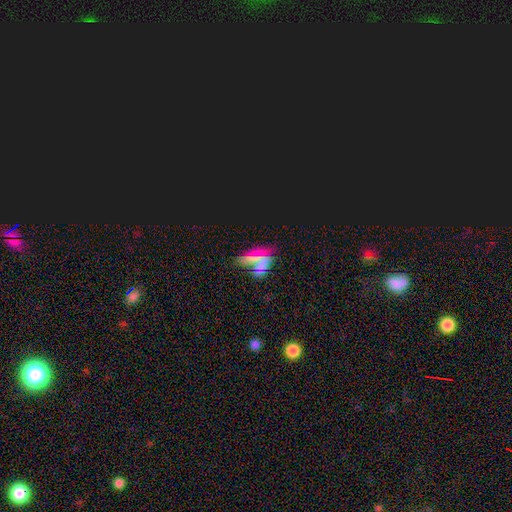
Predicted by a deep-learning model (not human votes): star or artifact 44%, smooth 38%, featured or disk 18%.